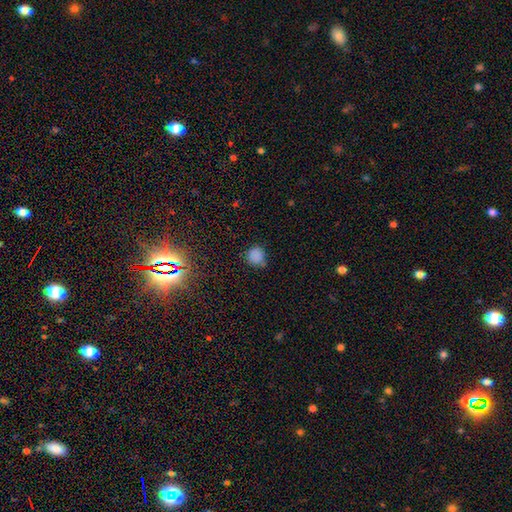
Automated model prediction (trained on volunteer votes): Overall: smooth (79%). How rounded: round (87%). Merging: none (70%).